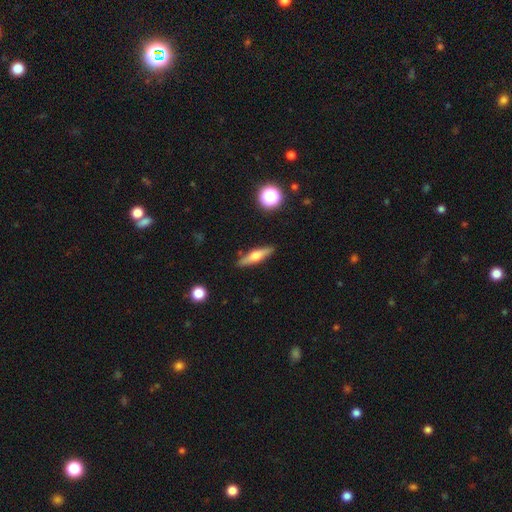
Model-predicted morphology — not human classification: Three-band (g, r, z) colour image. It shows a featured or disk galaxy (47%). Merging: none (88%).